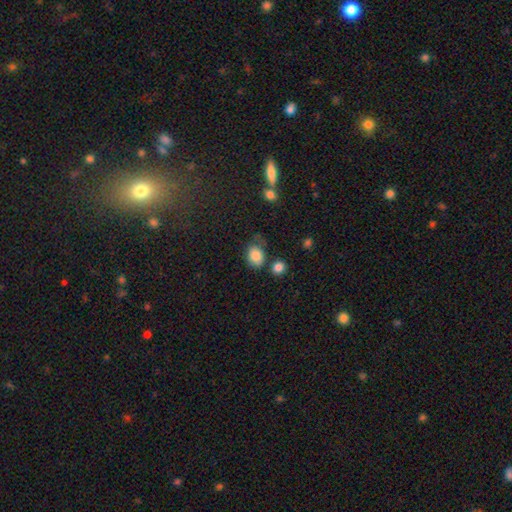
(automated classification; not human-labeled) Smooth or featured? Predicted: smooth (p=0.85). How rounded? Predicted: in between (p=0.66). Merging? Predicted: none (p=0.57).